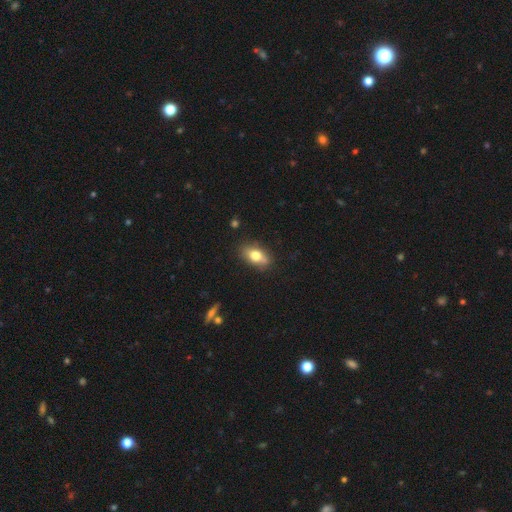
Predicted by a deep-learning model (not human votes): A smooth galaxy with no disk features (73%) that is in between round and cigar-shaped (84%).

Vote fractions:
- Smooth or featured? smooth: 73% / featured or disk: 18% / star or artifact: 9%
- How rounded? in between: 84% / round: 11% / cigar-shaped: 5%
- Merging? none: 72% / minor disturbance: 18% / merger: 6% / major disturbance: 4%